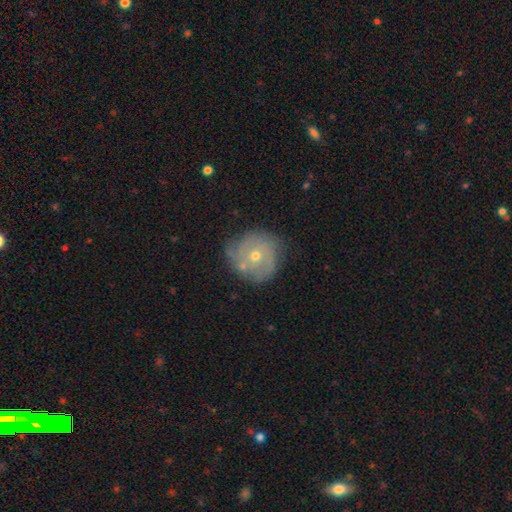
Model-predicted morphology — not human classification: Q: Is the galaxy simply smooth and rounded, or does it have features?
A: featured or disk — 64%.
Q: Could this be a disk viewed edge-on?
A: no — 97%.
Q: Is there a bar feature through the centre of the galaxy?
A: no — 81%.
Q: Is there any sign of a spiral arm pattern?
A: yes — 75%.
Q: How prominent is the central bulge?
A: moderate — 49%.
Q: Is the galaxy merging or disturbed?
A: none — 67%.